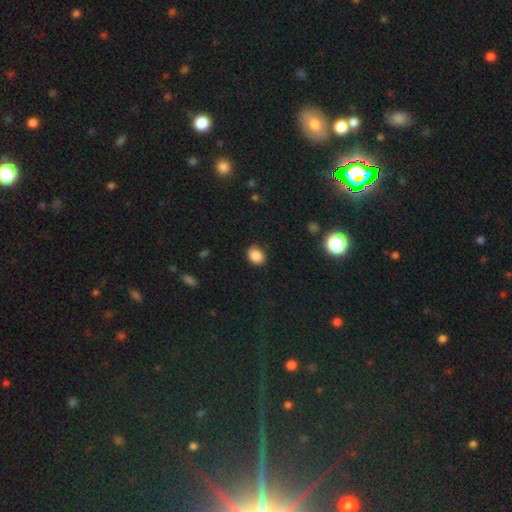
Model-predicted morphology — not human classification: This appears to be a smooth galaxy with no disk features (86%) that is in between round and cigar-shaped (61%). Merging: none (83%).